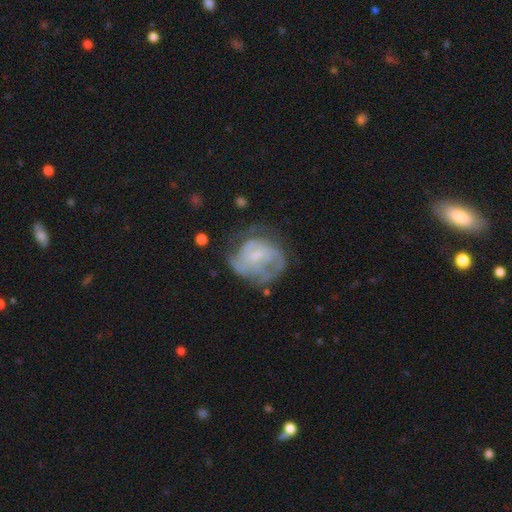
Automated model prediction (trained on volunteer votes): Q: Smooth or featured?
A: featured or disk (70%); runner-up: smooth (22%)
Q: Edge-on disk?
A: no (98%); runner-up: yes (2%)
Q: Bar?
A: no (53%); runner-up: weak (40%)
Q: Spiral arms?
A: yes (75%); runner-up: no (25%)
Q: Spiral winding?
A: tight (44%); runner-up: medium (39%)
Q: Spiral arm count?
A: can't tell (43%); runner-up: 2 (23%)
Q: Bulge size?
A: small (51%); runner-up: none (24%)
Q: Merging?
A: none (47%); runner-up: major disturbance (26%)